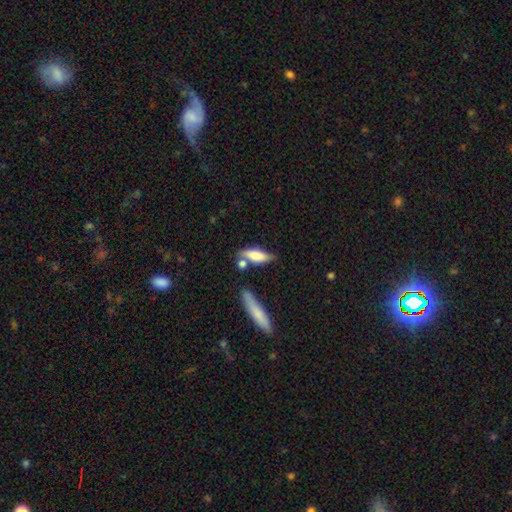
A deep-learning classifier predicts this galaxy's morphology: smooth-or-featured: smooth: 70% | featured or disk: 23% | star or artifact: 6%
  how-rounded: in between: 55% | cigar-shaped: 43% | round: 3%
  merging: none: 55% | minor disturbance: 20% | merger: 19% | major disturbance: 6%